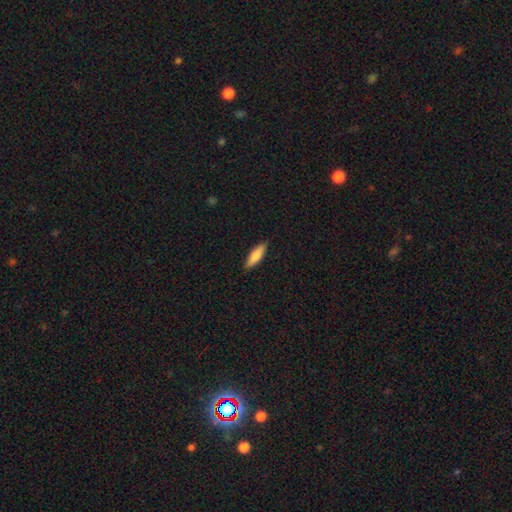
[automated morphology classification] Smooth or featured? Predicted: smooth (p=0.77). How rounded? Predicted: cigar-shaped (p=0.57). Merging? Predicted: none (p=0.88).